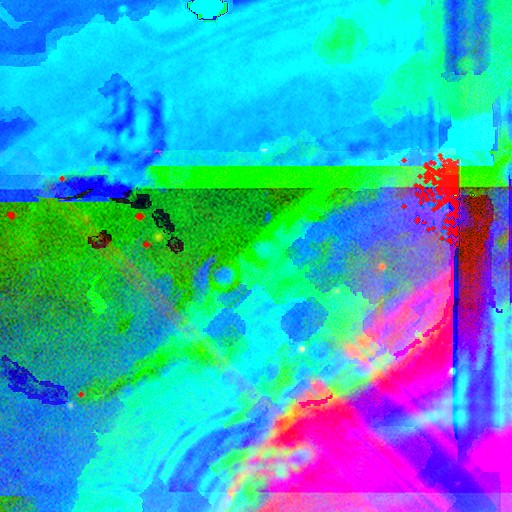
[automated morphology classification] The model was most divided on "smooth or featured": star or artifact: 85%, featured or disk: 8%, smooth: 7%.